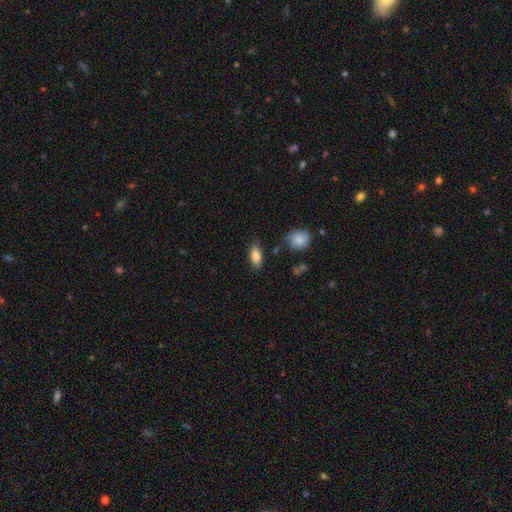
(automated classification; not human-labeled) Morphology: type=smooth (84%); roundness=in between (87%); merging=none (77%).